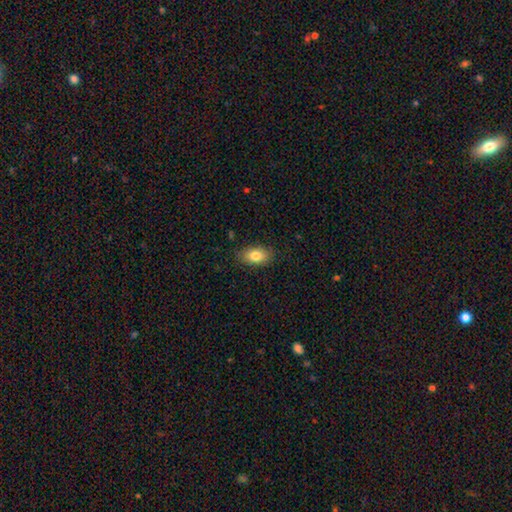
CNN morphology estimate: smooth-or-featured: smooth: 82% | featured or disk: 11% | star or artifact: 8%
  how-rounded: in between: 89% | round: 9% | cigar-shaped: 2%
  merging: none: 85% | minor disturbance: 11% | major disturbance: 3% | merger: 1%